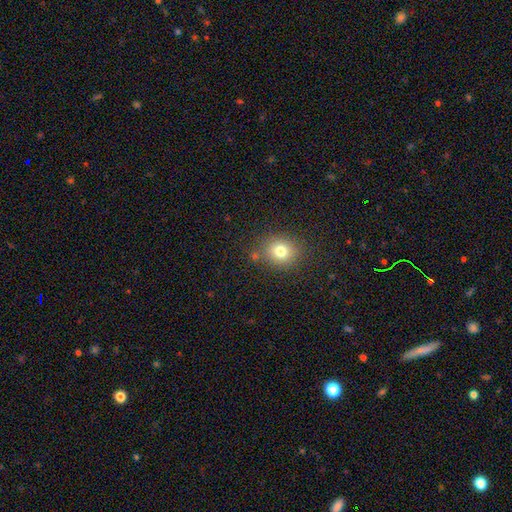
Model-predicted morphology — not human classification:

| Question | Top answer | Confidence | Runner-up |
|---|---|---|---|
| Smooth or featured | smooth | 75% | star or artifact (16%) |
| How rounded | round | 79% | in between (20%) |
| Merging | none | 82% | minor disturbance (10%) |